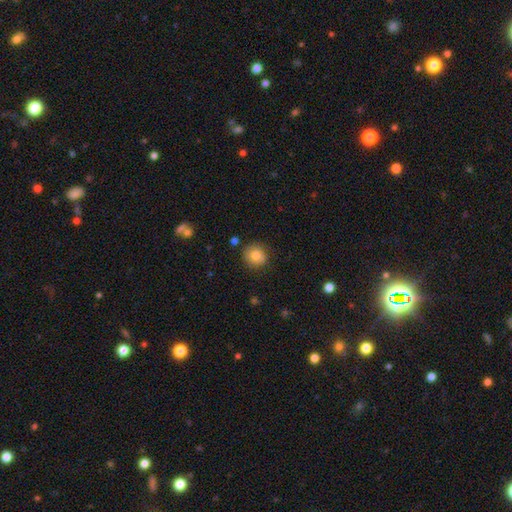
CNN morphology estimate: Smooth or featured: smooth — 81% (star or artifact — 10%)
How rounded: round — 88% (in between — 11%)
Merging: none — 82% (minor disturbance — 13%)